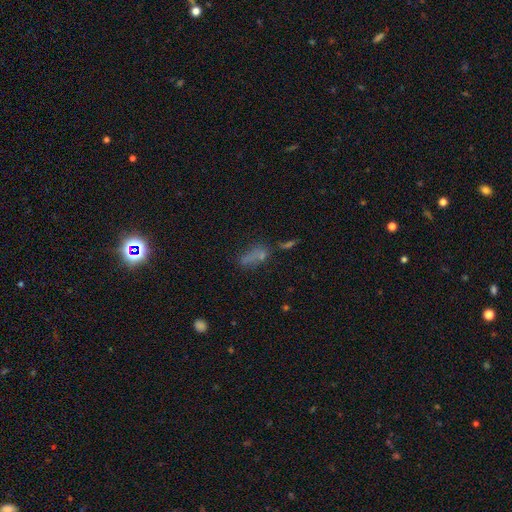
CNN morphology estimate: Smooth or featured? smooth (53%)
How rounded? in between (65%)
Merging? none (40%)